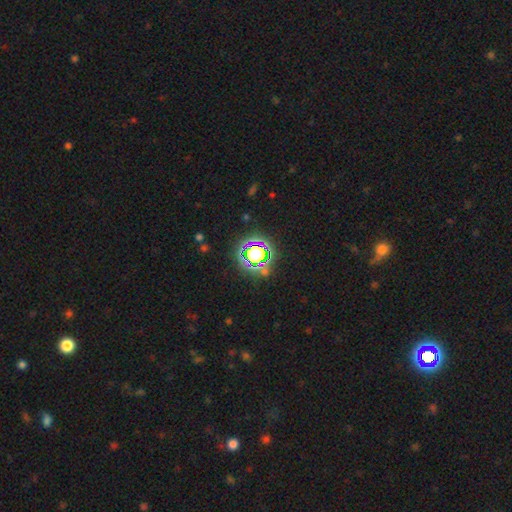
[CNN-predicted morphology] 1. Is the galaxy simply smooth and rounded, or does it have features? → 62% star or artifact, 25% smooth, 12% featured or disk.